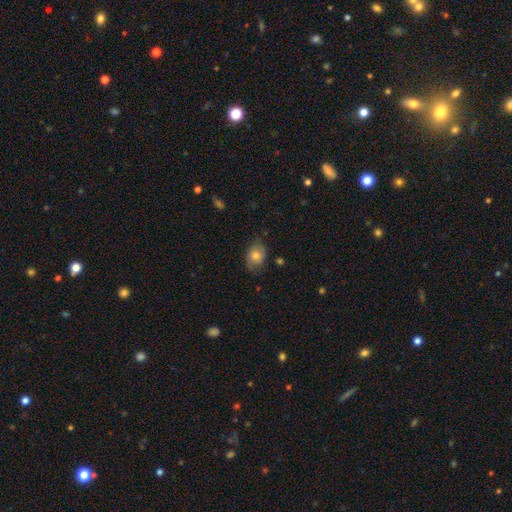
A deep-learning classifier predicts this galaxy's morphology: Q: Smooth or featured?
A: smooth (72%); runner-up: featured or disk (19%)
Q: How rounded?
A: in between (68%); runner-up: round (31%)
Q: Merging?
A: none (71%); runner-up: minor disturbance (22%)